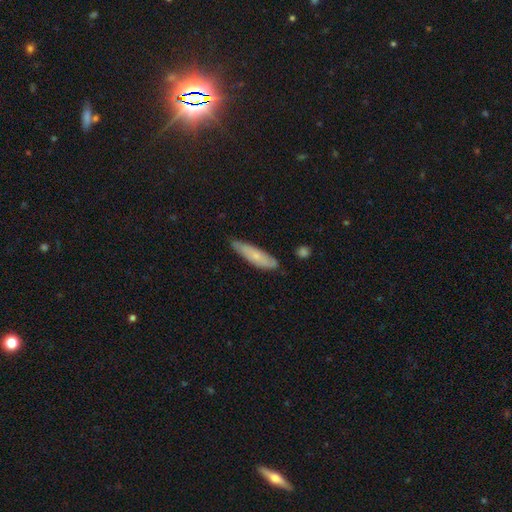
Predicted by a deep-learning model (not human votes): This is likely a smooth galaxy (65%). How rounded: likely cigar-shaped (68%). Merging: likely none (72%).